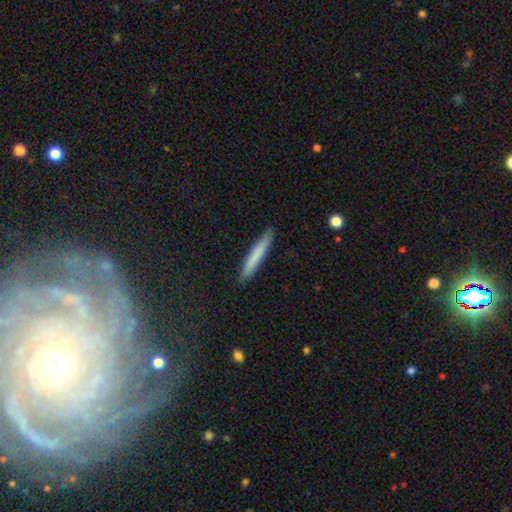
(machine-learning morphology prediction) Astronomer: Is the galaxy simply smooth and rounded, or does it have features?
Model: smooth — 75%.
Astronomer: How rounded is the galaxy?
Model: cigar-shaped — 95%.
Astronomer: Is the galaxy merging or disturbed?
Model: none — 90%.